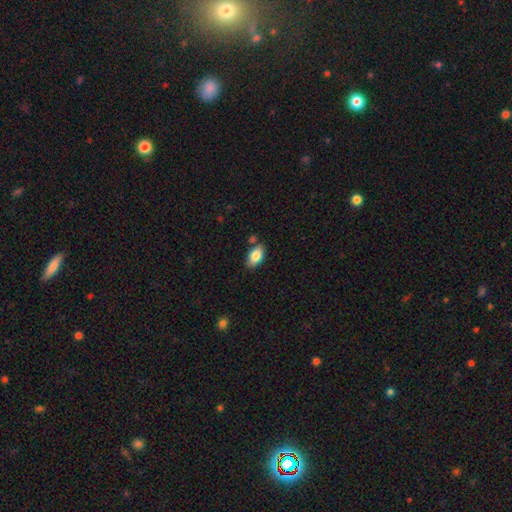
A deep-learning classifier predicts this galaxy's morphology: A smooth galaxy with no disk features (85%) that is in between round and cigar-shaped (93%). Merging: none (76%).